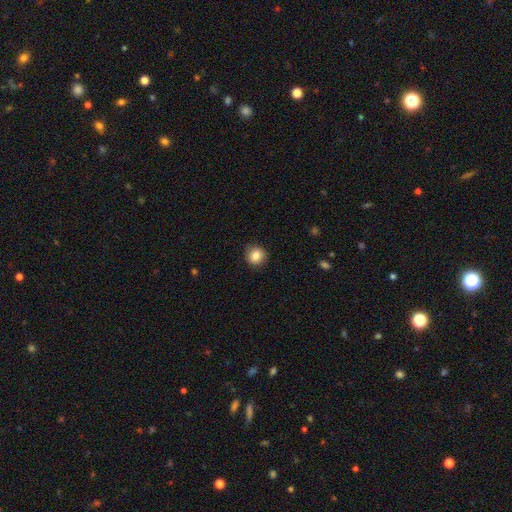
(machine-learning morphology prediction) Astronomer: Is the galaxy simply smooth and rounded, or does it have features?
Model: smooth — 85%.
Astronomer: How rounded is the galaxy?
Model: round — 90%.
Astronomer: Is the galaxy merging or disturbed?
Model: none — 88%.